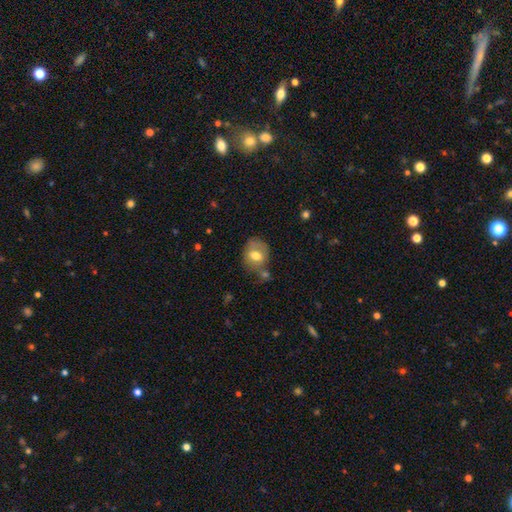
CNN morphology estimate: smooth_or_featured: smooth (p=0.64) [alt: featured or disk p=0.28]
how_rounded: round (p=0.54) [alt: in between p=0.45]
merging: none (p=0.50) [alt: minor disturbance p=0.24]